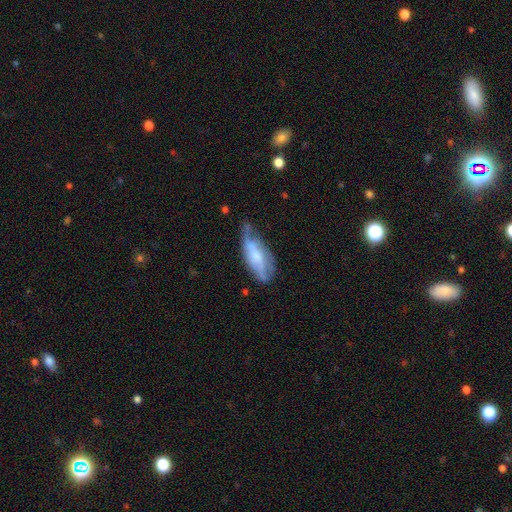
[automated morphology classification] type=featured or disk (50%); edge-on=no (78%); merging=none (40%).